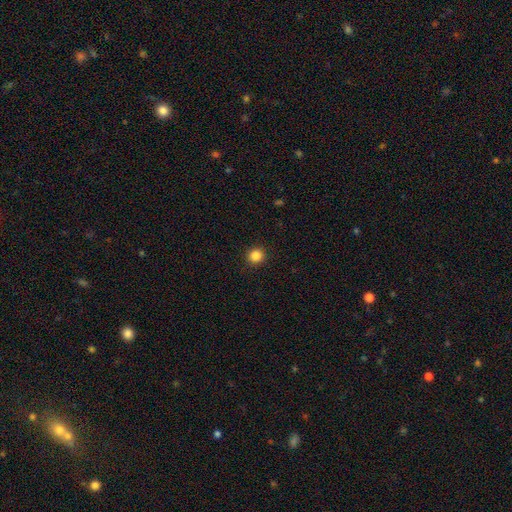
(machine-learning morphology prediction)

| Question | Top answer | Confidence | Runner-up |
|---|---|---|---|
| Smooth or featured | smooth | 86% | star or artifact (11%) |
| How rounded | round | 92% | in between (7%) |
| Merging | none | 92% | minor disturbance (5%) |